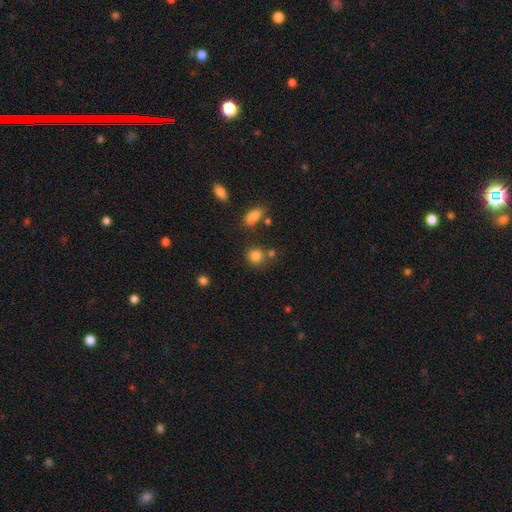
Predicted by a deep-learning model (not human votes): Smooth or featured? Predicted: smooth (p=0.83). How rounded? Predicted: round (p=0.82). Merging? Predicted: none (p=0.69).